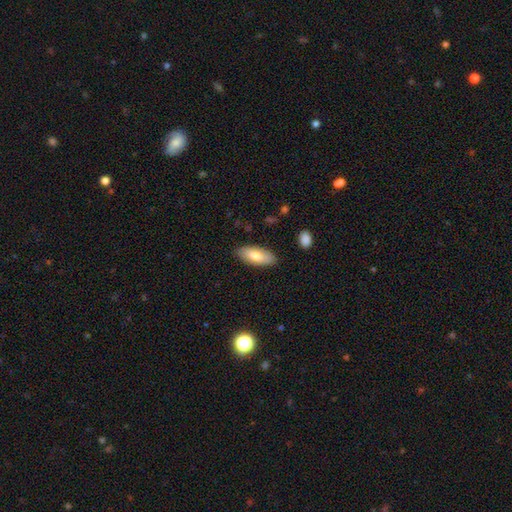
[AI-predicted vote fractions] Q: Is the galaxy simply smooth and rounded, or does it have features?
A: smooth — 76%.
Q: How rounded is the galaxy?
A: in between — 84%.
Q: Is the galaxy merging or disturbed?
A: none — 86%.